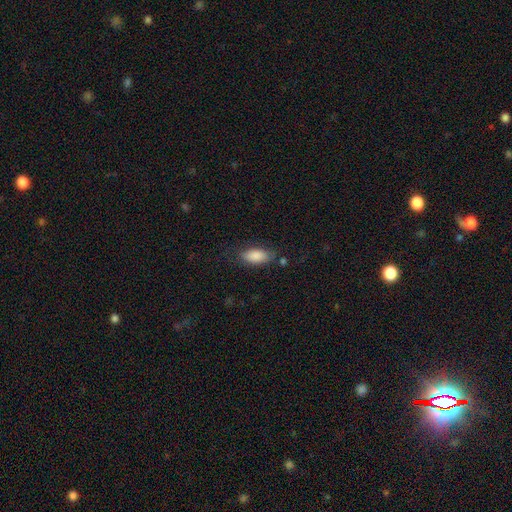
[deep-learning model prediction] smooth_or_featured: smooth (p=0.86) [alt: featured or disk p=0.07]
how_rounded: in between (p=0.89) [alt: cigar-shaped p=0.08]
merging: none (p=0.72) [alt: minor disturbance p=0.19]